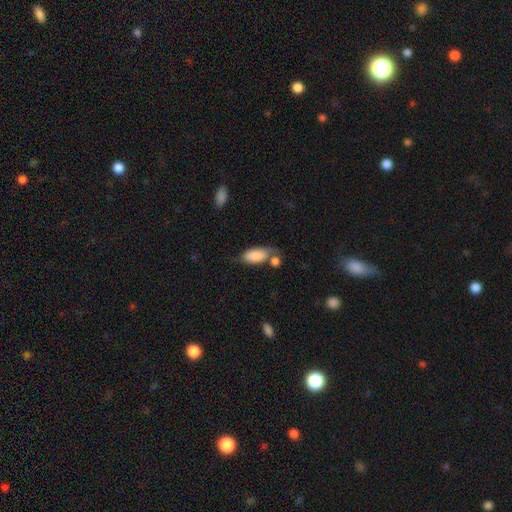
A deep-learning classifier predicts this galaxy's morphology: Smooth or featured?
  - smooth: 80% *
  - featured or disk: 13%
  - star or artifact: 7%
How rounded?
  - in between: 88% *
  - cigar-shaped: 8%
  - round: 3%
Merging?
  - none: 42% *
  - minor disturbance: 24%
  - merger: 24%
  - major disturbance: 10%